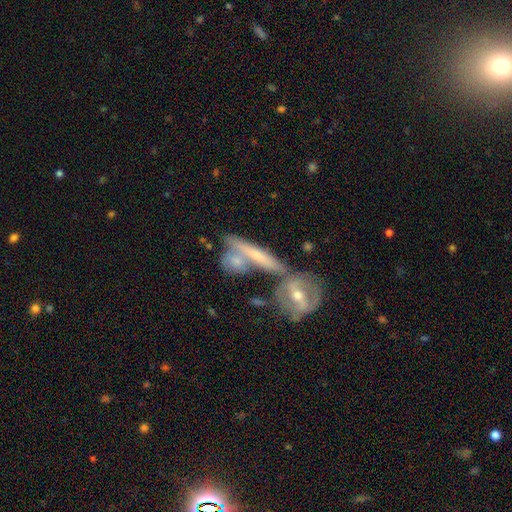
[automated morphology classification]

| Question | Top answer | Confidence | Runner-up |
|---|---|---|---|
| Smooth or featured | featured or disk | 58% | smooth (34%) |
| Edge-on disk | yes | 55% | no (45%) |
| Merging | none | 41% | merger (39%) |